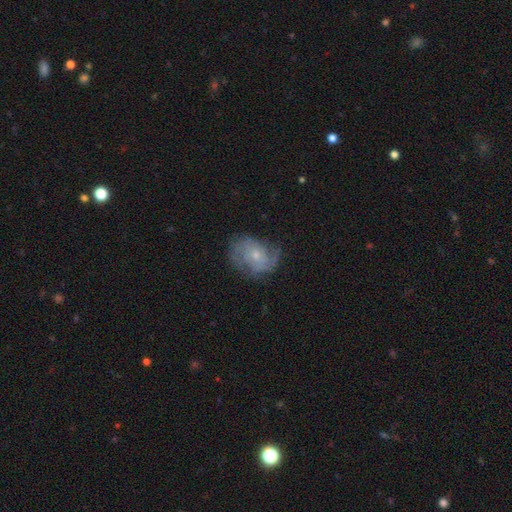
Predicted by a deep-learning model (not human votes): Smooth or featured? featured or disk (70%)
Edge-on disk? no (97%)
Bar? no (75%)
Spiral arms? yes (87%)
Spiral winding? tight (46%)
Spiral arm count? 2 (47%)
Bulge size? small (61%)
Merging? none (64%)